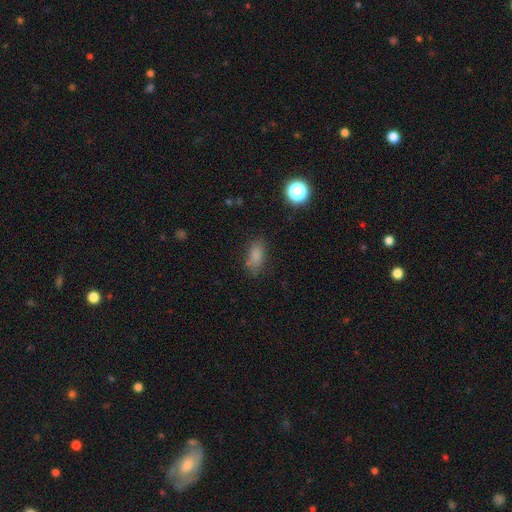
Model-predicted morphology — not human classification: This is clearly a smooth galaxy (80%). How rounded: clearly in between (86%). Merging: likely none (73%).